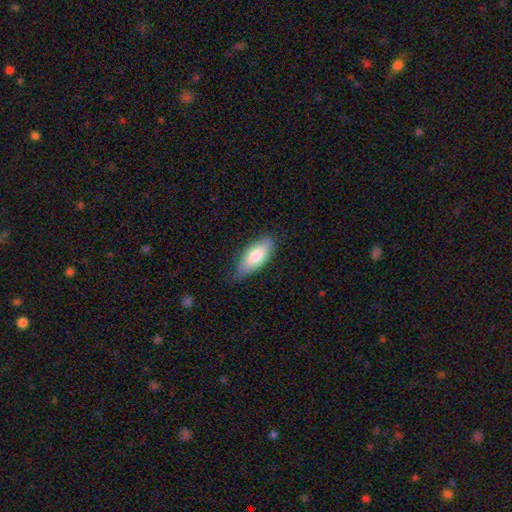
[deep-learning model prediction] The model was most divided on "merging": none: 69%, minor disturbance: 26%, major disturbance: 4%, merger: 1%. More confident: how rounded — in between (81%); smooth or featured — smooth (78%).